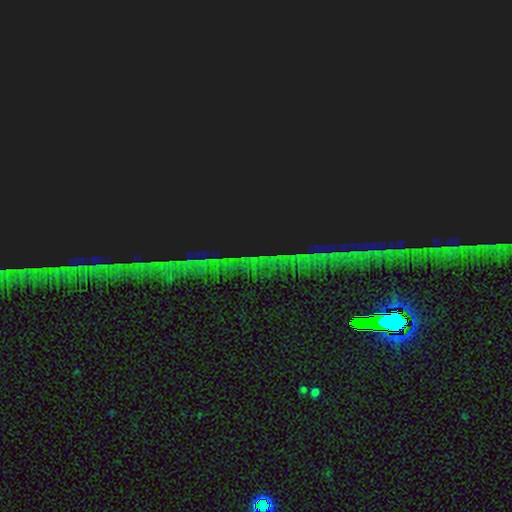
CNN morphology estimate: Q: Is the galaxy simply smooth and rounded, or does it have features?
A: star or artifact — 87%.